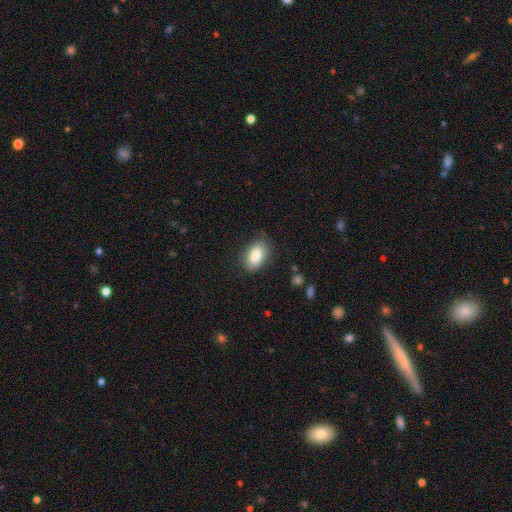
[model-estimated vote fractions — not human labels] smooth 83%, featured or disk 10%, star or artifact 7%. Down the decision tree: how rounded — in between (90%); merging — none (80%).